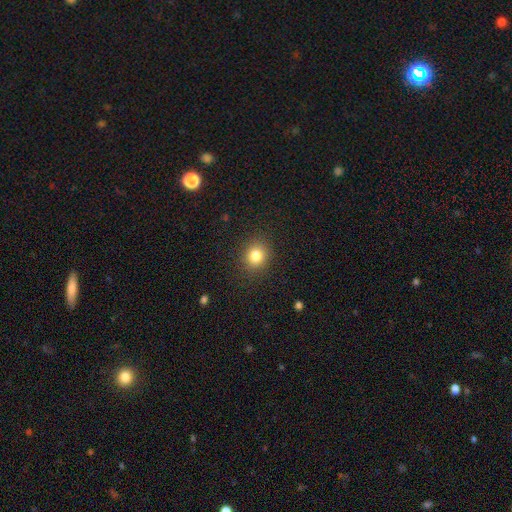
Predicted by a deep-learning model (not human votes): smooth 81%, star or artifact 12%, featured or disk 7%. Down the decision tree: how rounded — round (80%); merging — none (89%).